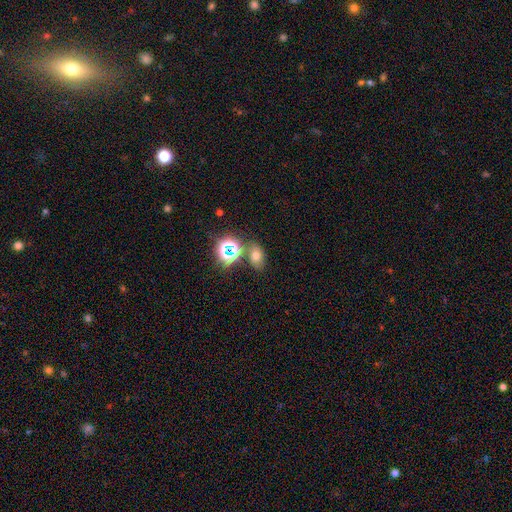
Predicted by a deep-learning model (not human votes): This is possibly a smooth galaxy (58%). How rounded: likely in between (76%). Merging: likely none (65%).